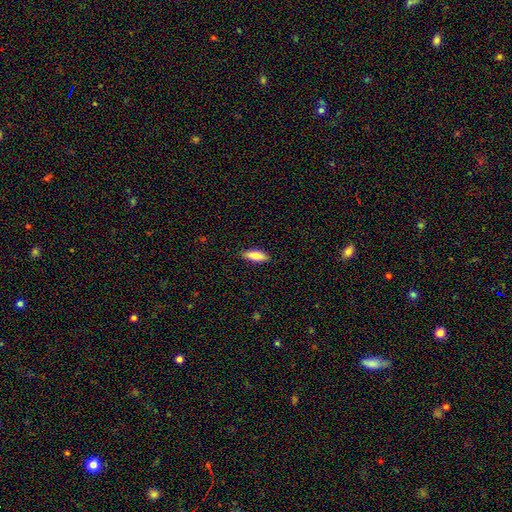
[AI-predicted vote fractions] This is likely a smooth galaxy (77%). How rounded: possibly in between (58%). Merging: clearly none (89%).